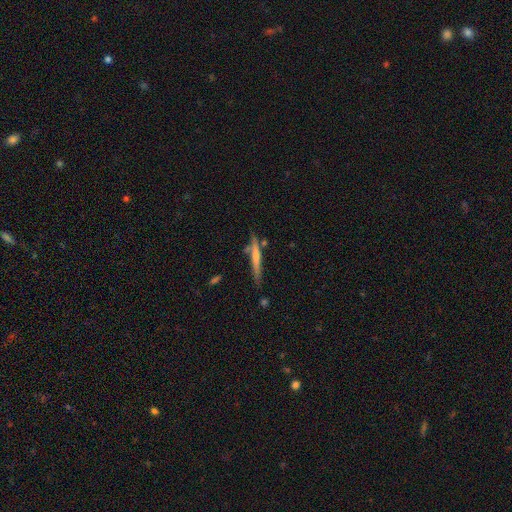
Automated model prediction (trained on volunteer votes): The model was most divided on "edge-on bulge": rounded: 47%, none: 43%, boxy: 10%. More confident: edge-on disk — yes (95%); merging — none (78%); smooth or featured — featured or disk (60%).